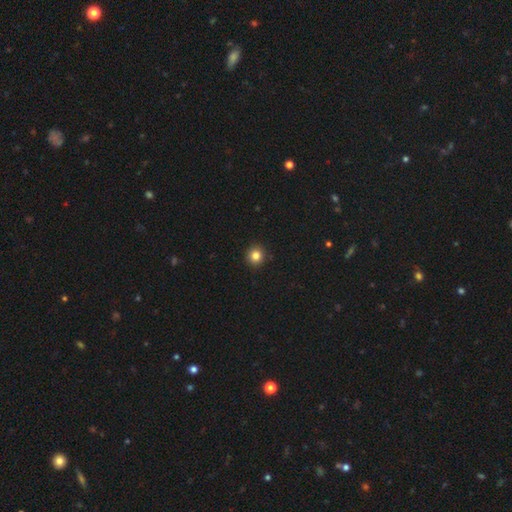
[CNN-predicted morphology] type=smooth (83%); roundness=round (93%); merging=none (92%).